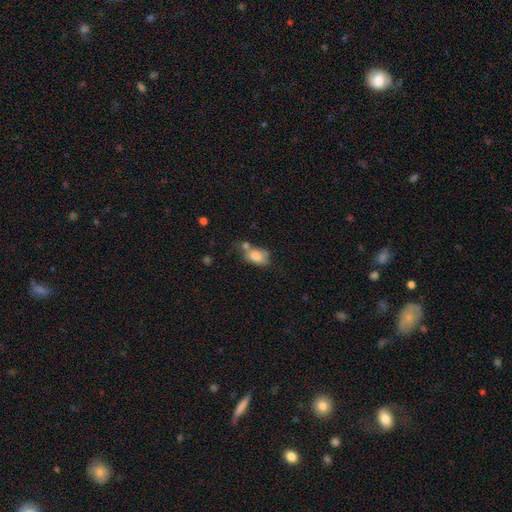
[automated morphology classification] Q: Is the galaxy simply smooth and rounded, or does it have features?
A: smooth — 78%.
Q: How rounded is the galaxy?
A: in between — 83%.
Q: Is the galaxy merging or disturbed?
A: merger — 36%.